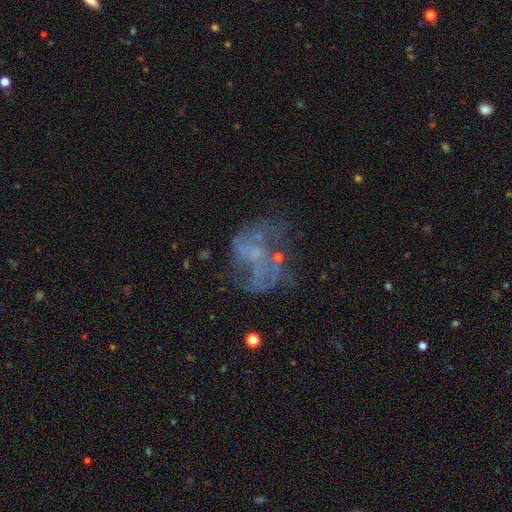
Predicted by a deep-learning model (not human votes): The model was most divided on "merging": none: 40%, major disturbance: 35%, minor disturbance: 17%, merger: 9%. More confident: edge-on disk — no (98%); bar — no (80%); spiral arms — no (64%); smooth or featured — featured or disk (62%); bulge size — none (62%).